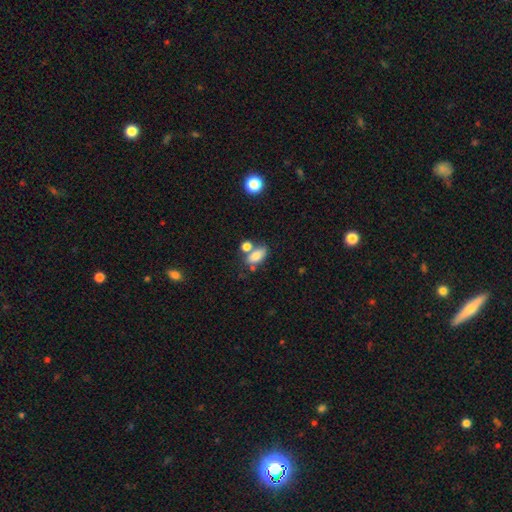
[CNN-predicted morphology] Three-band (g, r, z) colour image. It shows a smooth galaxy with no disk features (78%) that is in between round and cigar-shaped (86%). Merging: none (46%).